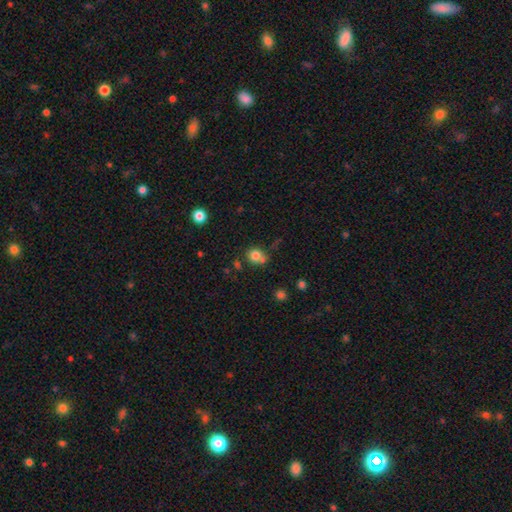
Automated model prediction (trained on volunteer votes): The model was most divided on "merging": none: 55%, minor disturbance: 20%, merger: 19%, major disturbance: 7%. More confident: smooth or featured — smooth (80%); how rounded — round (67%).